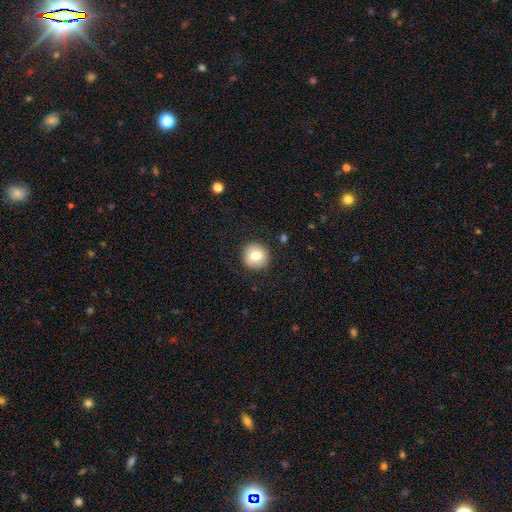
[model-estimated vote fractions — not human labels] A smooth galaxy with no disk features (79%) that is round (93%). Merging: none (90%).